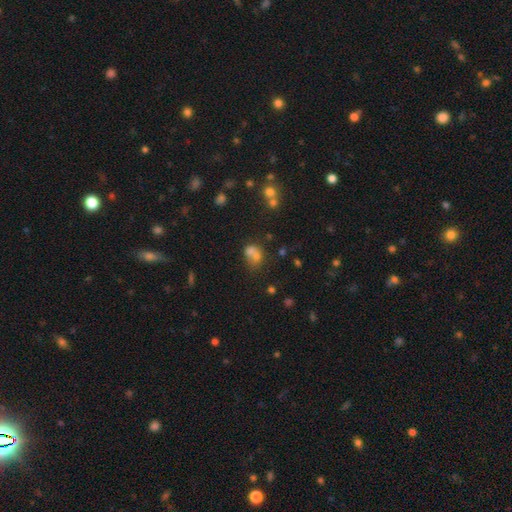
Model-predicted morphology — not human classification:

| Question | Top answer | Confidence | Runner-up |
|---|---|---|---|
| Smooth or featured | smooth | 62% | star or artifact (21%) |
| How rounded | round | 51% | in between (47%) |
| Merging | merger | 52% | none (30%) |